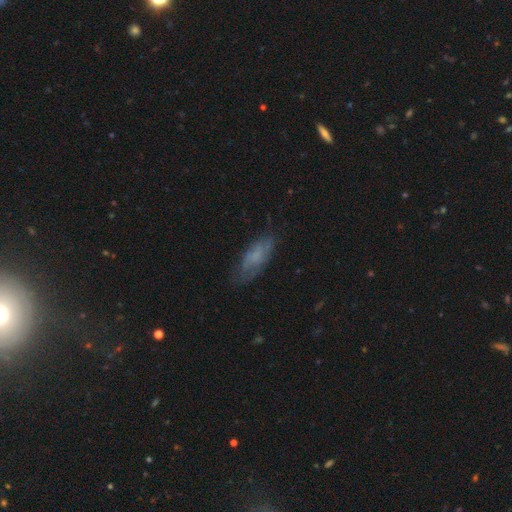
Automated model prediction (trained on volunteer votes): Overall: smooth (57%; featured or disk 33%). How rounded: in between (74%). Merging: none (65%).